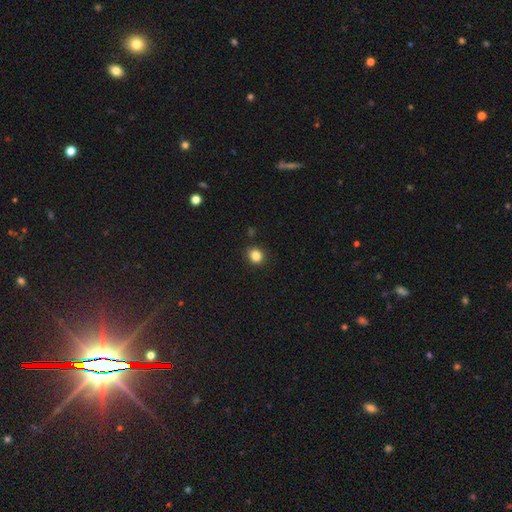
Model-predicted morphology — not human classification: type=smooth (84%); roundness=round (74%); merging=none (88%).